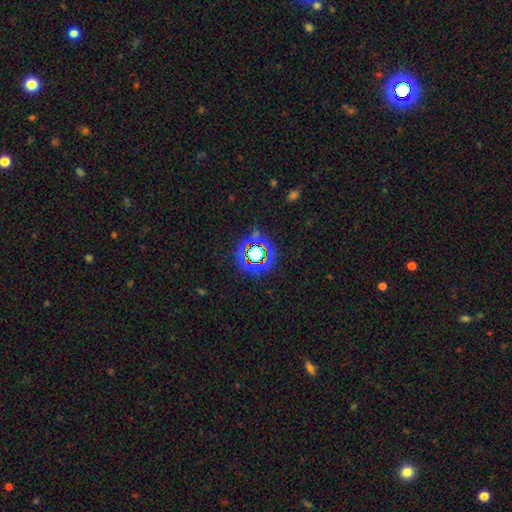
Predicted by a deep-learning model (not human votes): A star or artifact, not a galaxy (66%).

Vote fractions:
- Smooth or featured? star or artifact: 66% / smooth: 23% / featured or disk: 11%